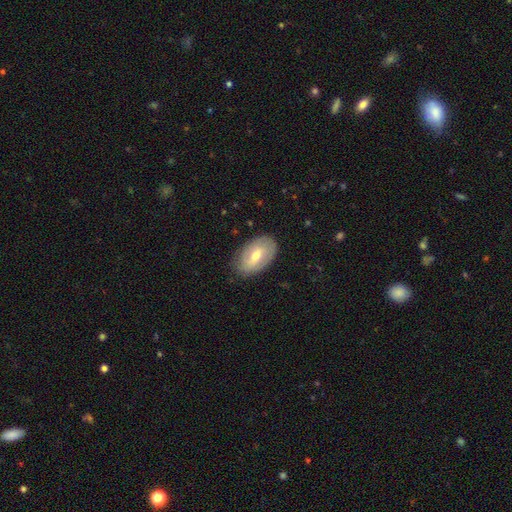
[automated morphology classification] type=smooth (49%); merging=none (81%).